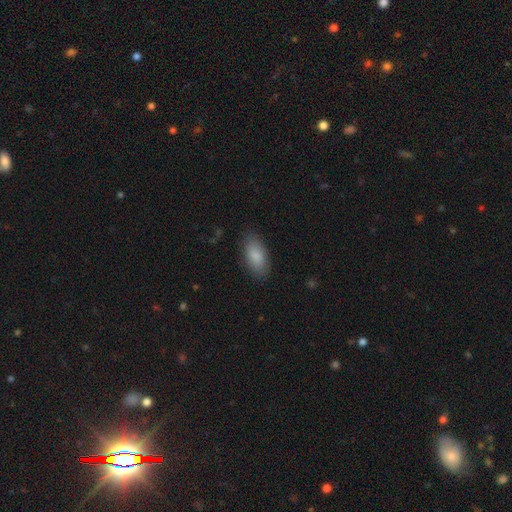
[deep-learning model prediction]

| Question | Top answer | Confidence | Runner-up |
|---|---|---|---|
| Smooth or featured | smooth | 87% | featured or disk (7%) |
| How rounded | in between | 90% | cigar-shaped (8%) |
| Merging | none | 85% | minor disturbance (11%) |